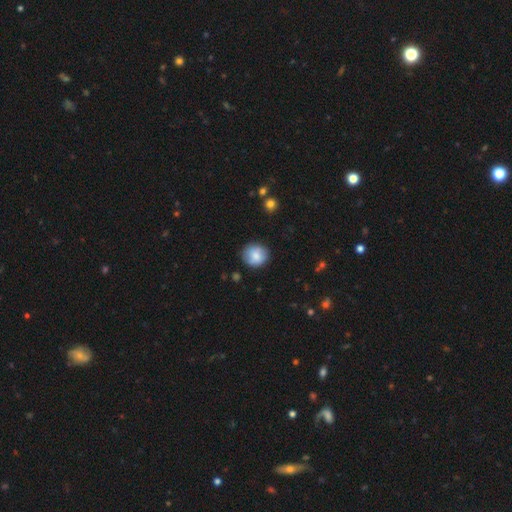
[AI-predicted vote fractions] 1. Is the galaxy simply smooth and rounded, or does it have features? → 81% smooth, 12% featured or disk, 8% star or artifact.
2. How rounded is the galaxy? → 88% round, 11% in between, 1% cigar-shaped.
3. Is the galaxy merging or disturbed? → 83% none, 12% minor disturbance, 3% major disturbance, 2% merger.